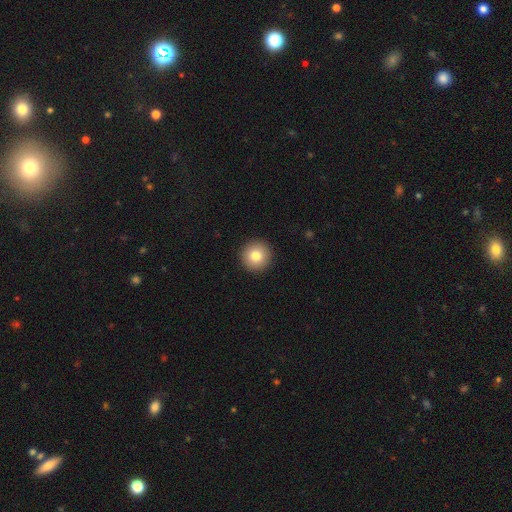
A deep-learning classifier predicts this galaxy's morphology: A smooth galaxy with no disk features (79%) that is round (96%).

Vote fractions:
- Smooth or featured? smooth: 79% / featured or disk: 11% / star or artifact: 10%
- How rounded? round: 96% / in between: 3% / cigar-shaped: 1%
- Merging? none: 94% / minor disturbance: 4% / major disturbance: 1% / merger: 1%